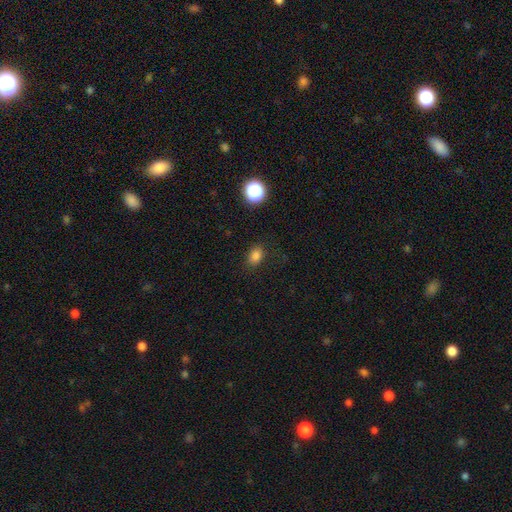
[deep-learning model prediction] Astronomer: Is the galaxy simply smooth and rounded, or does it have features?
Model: smooth — 81%.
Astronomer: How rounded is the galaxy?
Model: in between — 72%.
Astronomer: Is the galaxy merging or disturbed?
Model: none — 83%.